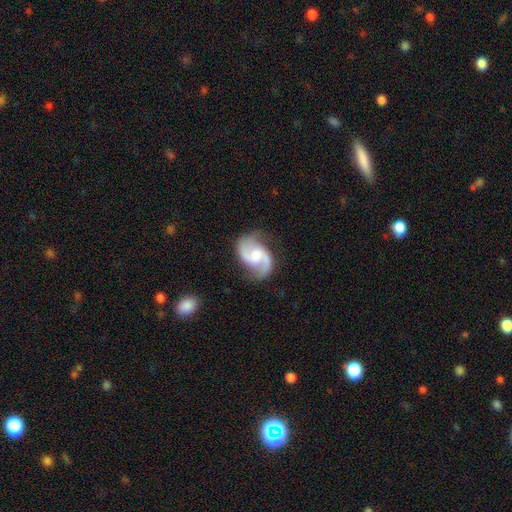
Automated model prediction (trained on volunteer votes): This appears to be a featured or disk galaxy (89%) with a weak bar (49%), 2 (93%) medium (52%) spiral arms (98%) and a moderate central bulge (57%). Merging: none (76%).